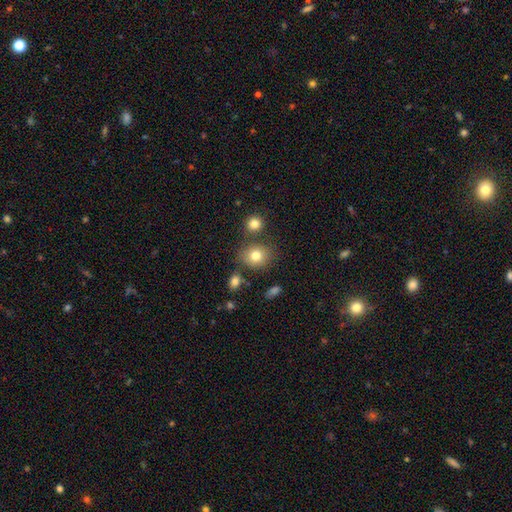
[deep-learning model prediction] A smooth galaxy with no disk features (80%) that is round (64%).

Vote fractions:
- Smooth or featured? smooth: 80% / star or artifact: 11% / featured or disk: 10%
- How rounded? round: 64% / in between: 35% / cigar-shaped: 1%
- Merging? none: 73% / minor disturbance: 13% / merger: 10% / major disturbance: 4%